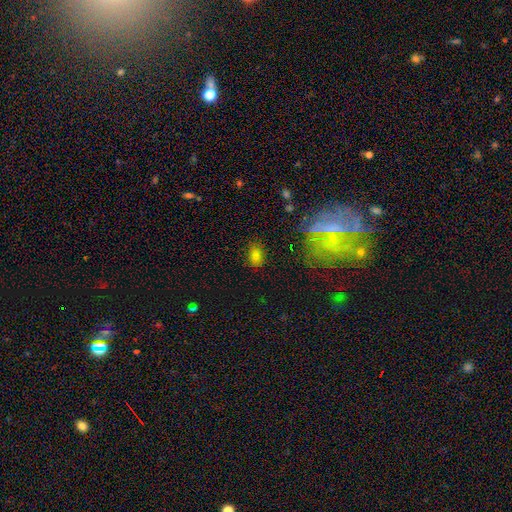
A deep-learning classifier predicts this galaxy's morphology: Smooth or featured?
  - smooth: 69% *
  - star or artifact: 20%
  - featured or disk: 10%
How rounded?
  - in between: 78% *
  - round: 20%
  - cigar-shaped: 2%
Merging?
  - none: 83% *
  - minor disturbance: 11%
  - major disturbance: 4%
  - merger: 2%